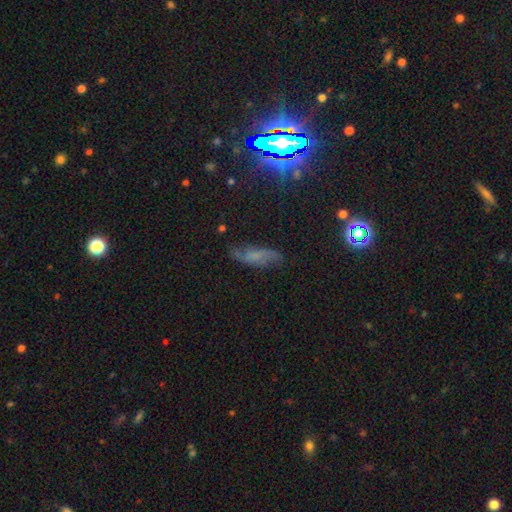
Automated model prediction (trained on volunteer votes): A featured or disk galaxy (41%).

Vote fractions:
- Smooth or featured? featured or disk: 41% / smooth: 39% / star or artifact: 20%
- Merging? none: 63% / minor disturbance: 24% / major disturbance: 10% / merger: 3%